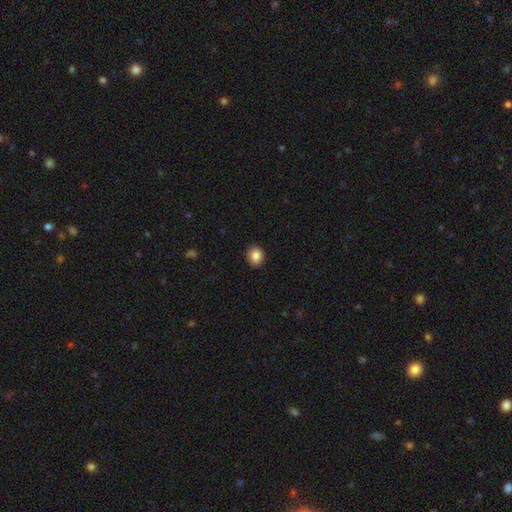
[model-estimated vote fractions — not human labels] Smooth or featured? Predicted: smooth (p=0.86). How rounded? Predicted: round (p=0.67). Merging? Predicted: none (p=0.90).